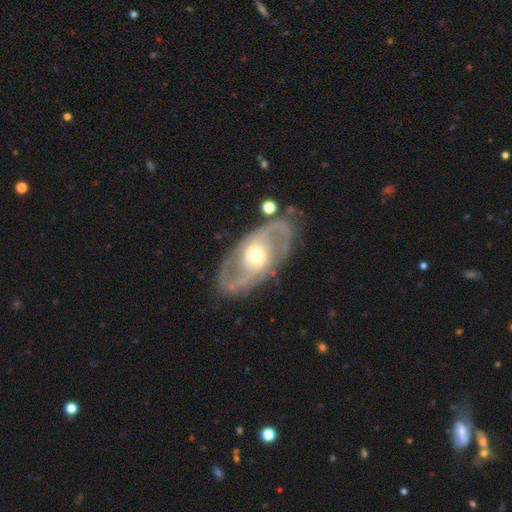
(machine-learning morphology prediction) smooth-or-featured: featured or disk: 87% | smooth: 8% | star or artifact: 5%
  disk-edge-on: no: 94% | yes: 6%
    bar: no: 56% | weak: 30% | strong: 14%
    has-spiral-arms: yes: 90% | no: 10%
      spiral-winding: medium: 48% | tight: 34% | loose: 18%
      spiral-arm-count: 2: 84% | can't tell: 8% | 3: 3% | 1: 2% | 4: 1% | more than 4: 1%
    bulge-size: moderate: 55% | small: 38% | large: 5% | dominant: 1% | none: 1%
  merging: none: 80% | minor disturbance: 12% | major disturbance: 6% | merger: 2%